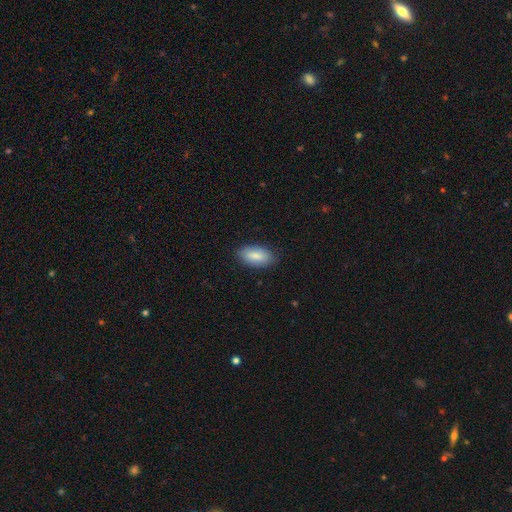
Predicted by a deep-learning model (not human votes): Smooth or featured? smooth (84%)
How rounded? in between (91%)
Merging? none (85%)